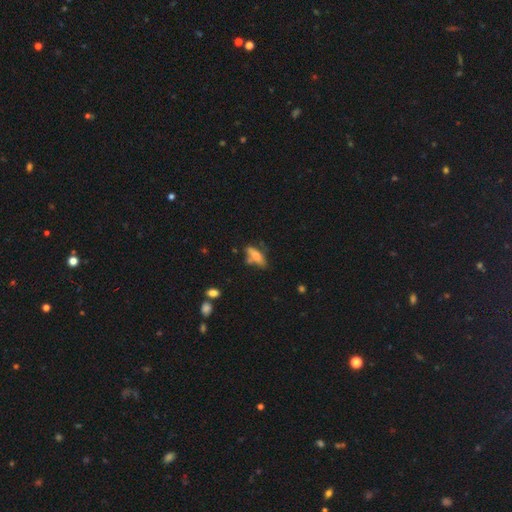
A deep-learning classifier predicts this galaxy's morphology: Smooth or featured?
  - smooth: 51% *
  - featured or disk: 40%
  - star or artifact: 9%
How rounded?
  - in between: 65% *
  - cigar-shaped: 31%
  - round: 4%
Merging?
  - none: 55% *
  - minor disturbance: 22%
  - merger: 15%
  - major disturbance: 8%